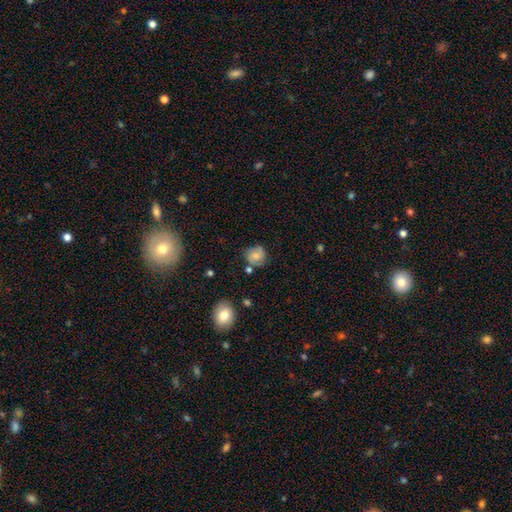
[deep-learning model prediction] A smooth galaxy with no disk features (61%) that is round (78%). Merging: none (67%).